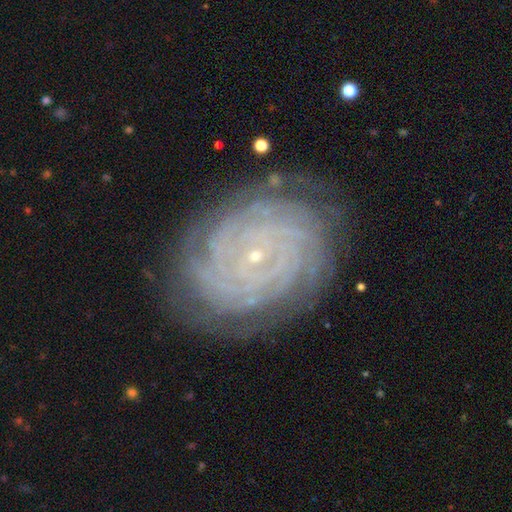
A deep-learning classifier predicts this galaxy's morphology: Smooth or featured? Predicted: featured or disk (p=0.89). Edge-on disk? Predicted: no (p=0.98). Bar? Predicted: no (p=0.74). Spiral arms? Predicted: yes (p=0.98). Spiral winding? Predicted: tight (p=0.90). Spiral arm count? Predicted: more than 4 (p=0.31). Bulge size? Predicted: small (p=0.90). Merging? Predicted: none (p=0.83).